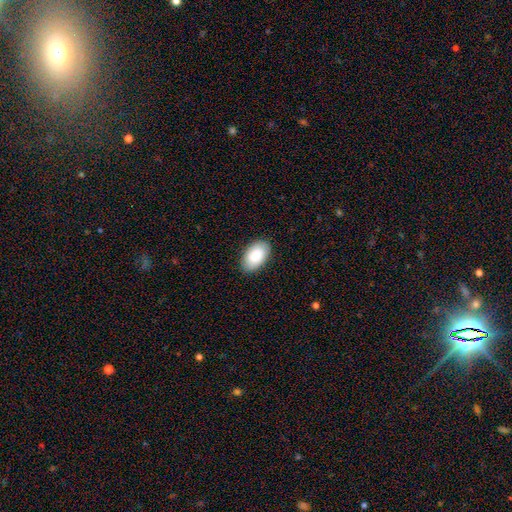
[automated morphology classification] smooth 86%, featured or disk 8%, star or artifact 6%. Down the decision tree: how rounded — in between (93%); merging — none (86%).